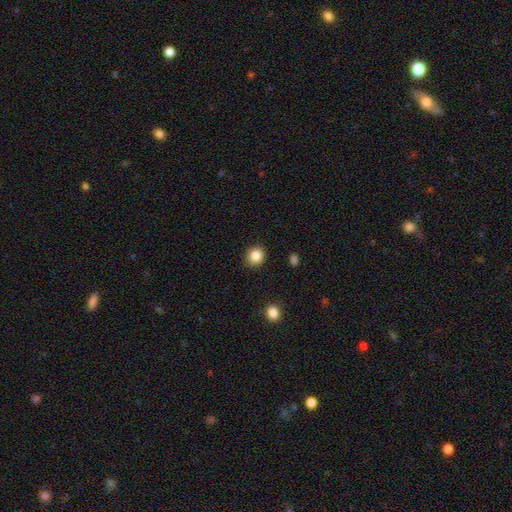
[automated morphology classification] This appears to be a smooth galaxy with no disk features (85%) that is round (84%). Merging: none (90%).